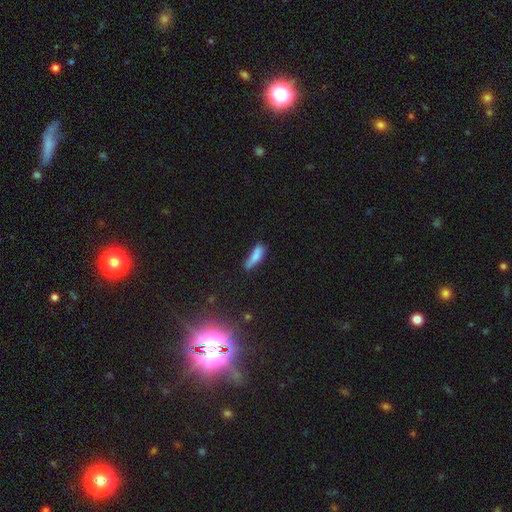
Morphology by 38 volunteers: Smooth or featured?
  - smooth: 66% *
  - featured or disk: 26%
  - star or artifact: 8%
How rounded?
  - cigar-shaped: 72% *
  - in between: 24%
  - round: 4%
Merging?
  - minor disturbance: 43% *
  - none: 29%
  - major disturbance: 20%
  - merger: 9%